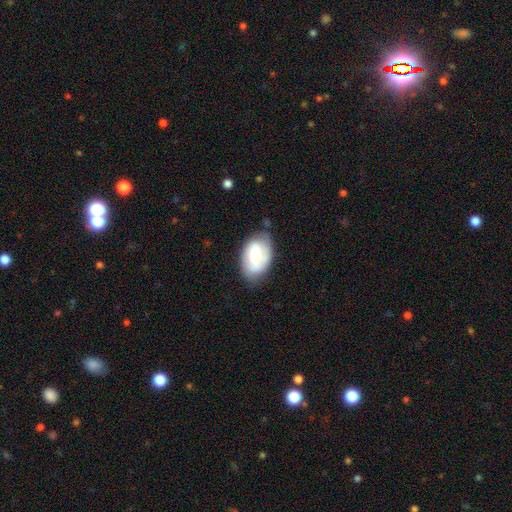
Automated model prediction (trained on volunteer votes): Q: Smooth or featured?
A: featured or disk (52%); runner-up: smooth (42%)
Q: Edge-on disk?
A: no (94%); runner-up: yes (6%)
Q: Merging?
A: none (69%); runner-up: minor disturbance (23%)